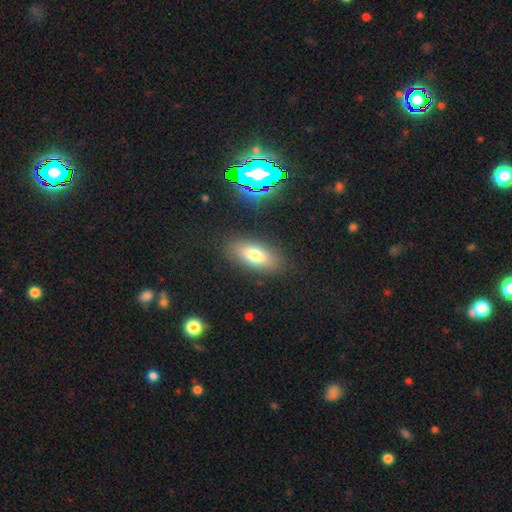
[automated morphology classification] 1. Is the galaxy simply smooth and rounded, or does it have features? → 67% smooth, 19% featured or disk, 14% star or artifact.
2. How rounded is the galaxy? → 80% in between, 14% cigar-shaped, 5% round.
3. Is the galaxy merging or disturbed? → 87% none, 9% minor disturbance, 3% major disturbance, 2% merger.